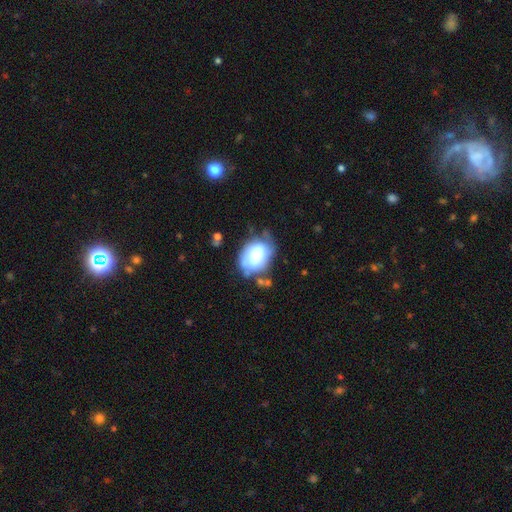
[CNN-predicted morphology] This appears to be a smooth galaxy with no disk features (66%) that is in between round and cigar-shaped (71%). Merging: none (47%).